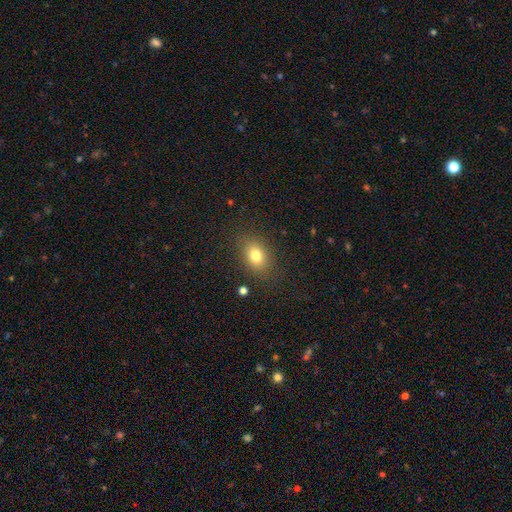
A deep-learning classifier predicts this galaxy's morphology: Smooth or featured? Predicted: smooth (p=0.79). How rounded? Predicted: in between (p=0.68). Merging? Predicted: none (p=0.85).